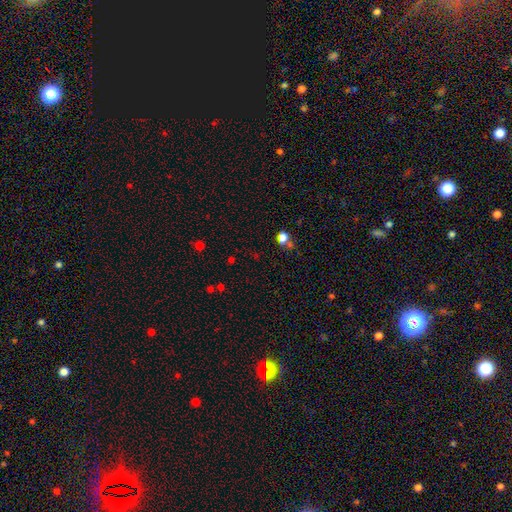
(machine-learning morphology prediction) Q: Smooth or featured?
A: star or artifact (54%); runner-up: smooth (38%)